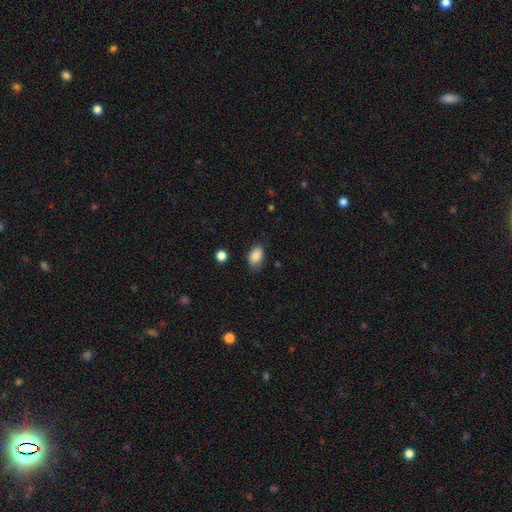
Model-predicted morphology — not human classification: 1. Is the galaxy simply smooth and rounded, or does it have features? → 88% smooth, 8% star or artifact, 4% featured or disk.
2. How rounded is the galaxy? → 88% in between, 11% round, 1% cigar-shaped.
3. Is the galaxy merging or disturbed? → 77% none, 18% minor disturbance, 4% major disturbance, 1% merger.